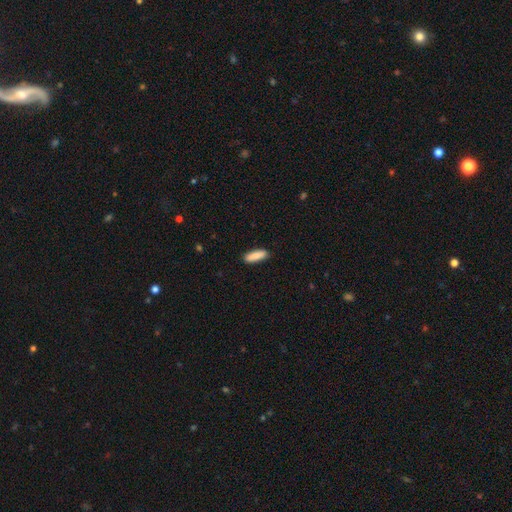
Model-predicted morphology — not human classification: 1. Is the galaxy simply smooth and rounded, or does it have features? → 85% smooth, 9% featured or disk, 6% star or artifact.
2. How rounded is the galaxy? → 51% cigar-shaped, 47% in between, 2% round.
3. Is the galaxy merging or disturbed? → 88% none, 9% minor disturbance, 2% major disturbance, 1% merger.